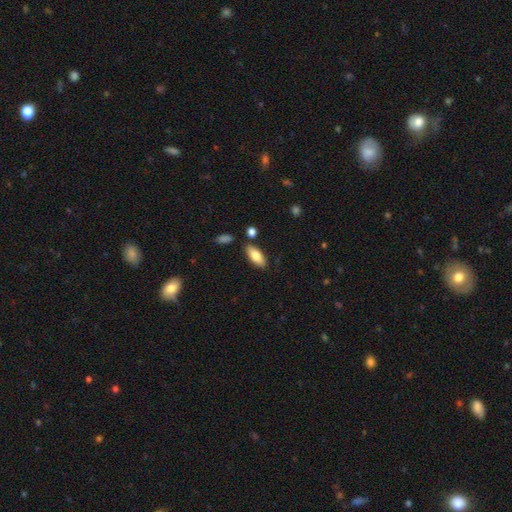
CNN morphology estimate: Smooth or featured? smooth (79%)
How rounded? in between (84%)
Merging? none (81%)